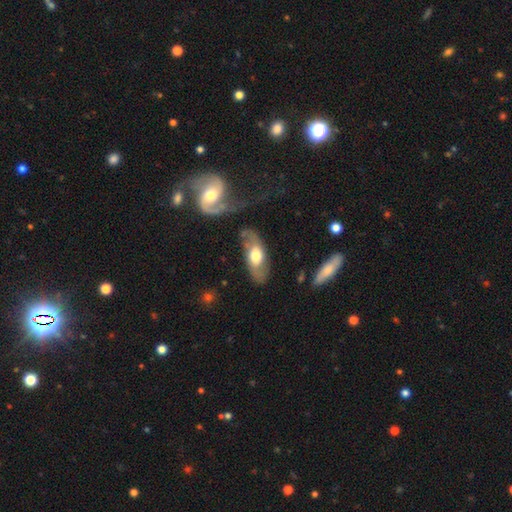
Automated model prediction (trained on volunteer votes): A featured or disk galaxy (57%). Merging: none (65%).